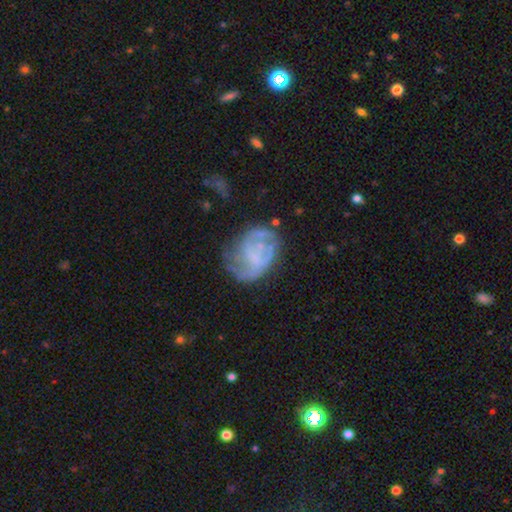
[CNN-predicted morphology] Smooth or featured? Predicted: featured or disk (p=0.65). Edge-on disk? Predicted: no (p=0.98). Bar? Predicted: no (p=0.64). Spiral arms? Predicted: yes (p=0.65). Bulge size? Predicted: none (p=0.53). Merging? Predicted: none (p=0.47).